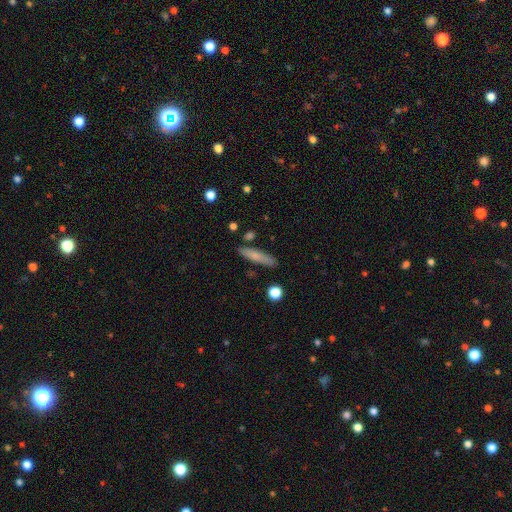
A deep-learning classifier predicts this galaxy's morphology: This is likely a smooth galaxy (71%). How rounded: clearly cigar-shaped (84%). Merging: clearly none (83%).